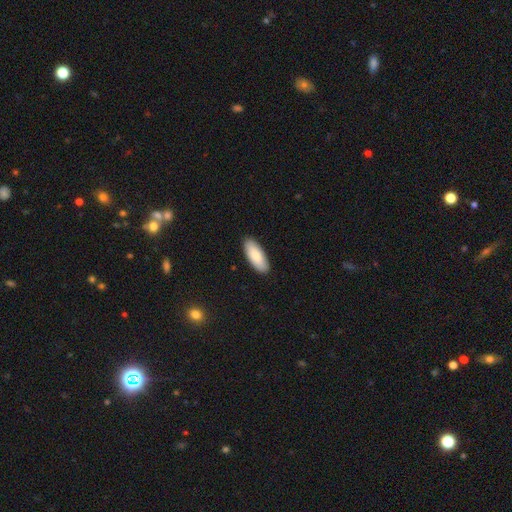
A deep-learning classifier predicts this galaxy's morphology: smooth 82%, featured or disk 13%, star or artifact 5%. Down the decision tree: how rounded — in between (81%); merging — none (90%).